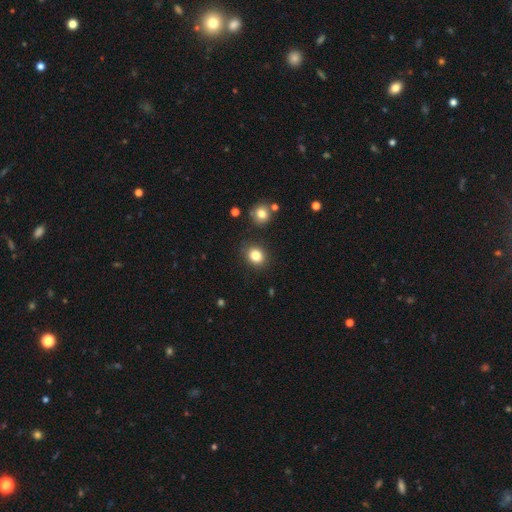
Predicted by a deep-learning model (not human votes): Q: Smooth or featured?
A: smooth (84%); runner-up: star or artifact (11%)
Q: How rounded?
A: round (61%); runner-up: in between (38%)
Q: Merging?
A: none (85%); runner-up: minor disturbance (9%)